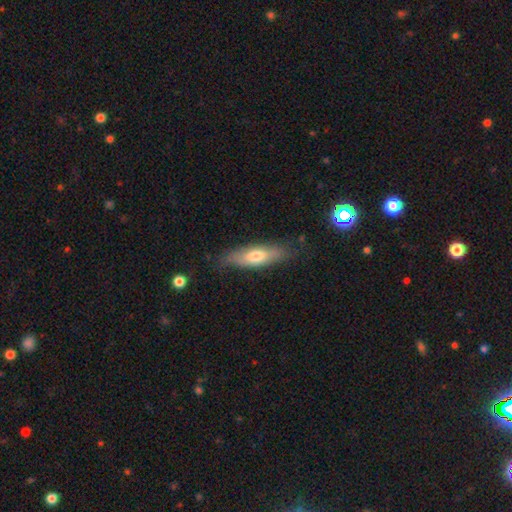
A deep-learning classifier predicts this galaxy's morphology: Smooth or featured?
  - smooth: 63% *
  - featured or disk: 31%
  - star or artifact: 6%
How rounded?
  - in between: 49% *
  - cigar-shaped: 48%
  - round: 2%
Merging?
  - none: 74% *
  - minor disturbance: 20%
  - major disturbance: 5%
  - merger: 2%